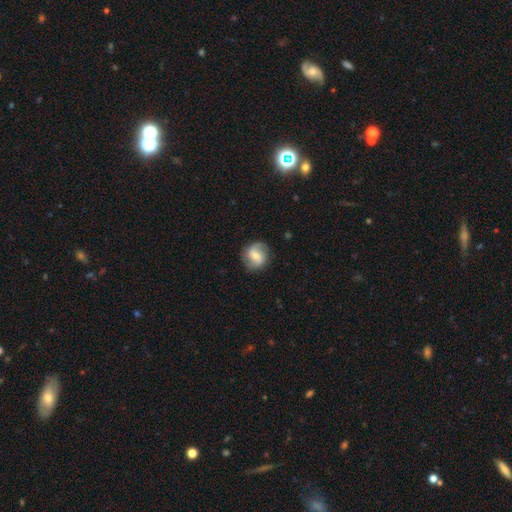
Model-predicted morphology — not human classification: A featured or disk galaxy (64%) with a weak bar (48%), 2 (87%) medium (44%) spiral arms (89%) and a moderate central bulge (46%).

Vote fractions:
- Smooth or featured? featured or disk: 64% / smooth: 29% / star or artifact: 7%
- Edge-on disk? no: 97% / yes: 3%
- Bar? weak: 48% / no: 28% / strong: 24%
- Spiral arms? yes: 89% / no: 11%
- Spiral winding? medium: 44% / loose: 32% / tight: 24%
- Spiral arm count? 2: 87% / can't tell: 7% / 1: 3% / 3: 2% / 4: 1% / more than 4: 1%
- Bulge size? moderate: 46% / small: 45% / none: 4% / large: 4% / dominant: 1%
- Merging? none: 83% / minor disturbance: 12% / major disturbance: 4% / merger: 1%